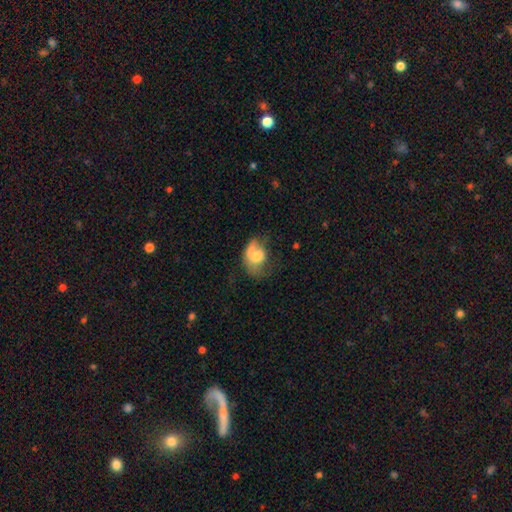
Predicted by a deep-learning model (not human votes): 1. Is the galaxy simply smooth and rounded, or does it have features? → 57% smooth, 34% featured or disk, 9% star or artifact.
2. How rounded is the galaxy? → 73% in between, 25% round, 1% cigar-shaped.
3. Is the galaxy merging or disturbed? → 31% major disturbance, 26% none, 22% minor disturbance, 20% merger.